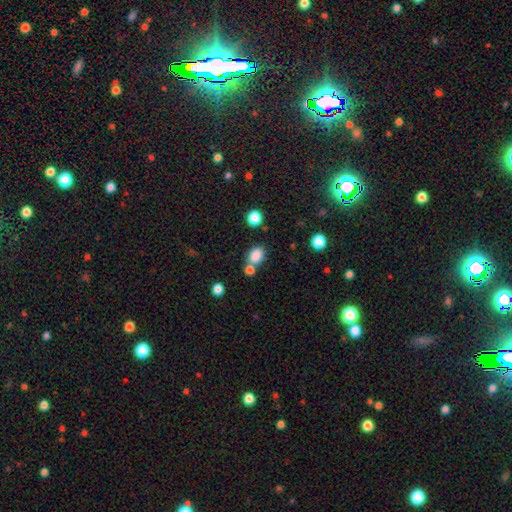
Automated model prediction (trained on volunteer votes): smooth-or-featured: smooth: 84% | star or artifact: 11% | featured or disk: 5%
  how-rounded: in between: 62% | round: 37% | cigar-shaped: 1%
  merging: none: 59% | merger: 26% | minor disturbance: 11% | major disturbance: 4%